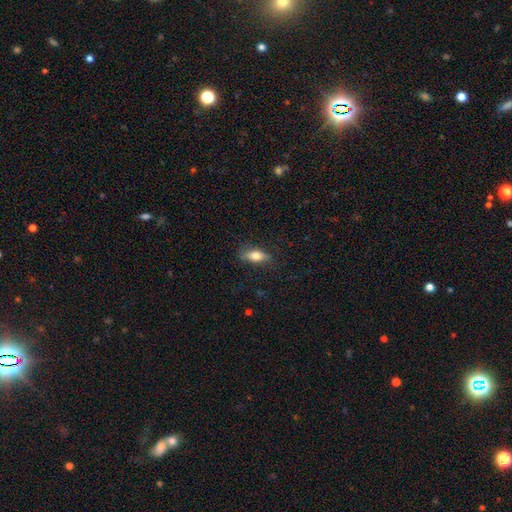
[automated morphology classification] This is likely a smooth galaxy (75%). How rounded: likely in between (75%). Merging: likely none (75%).